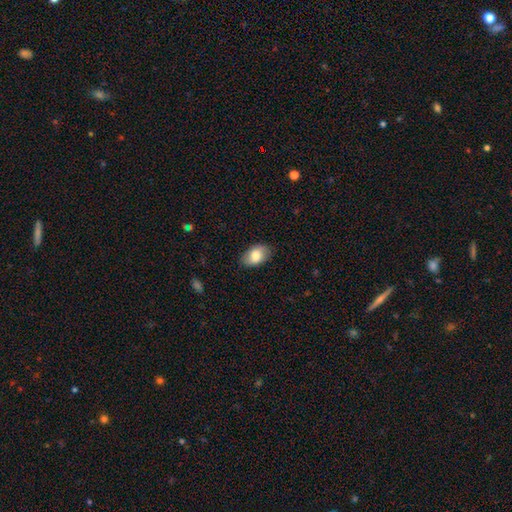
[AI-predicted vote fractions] This is likely a smooth galaxy (80%). How rounded: clearly in between (91%). Merging: clearly none (84%).